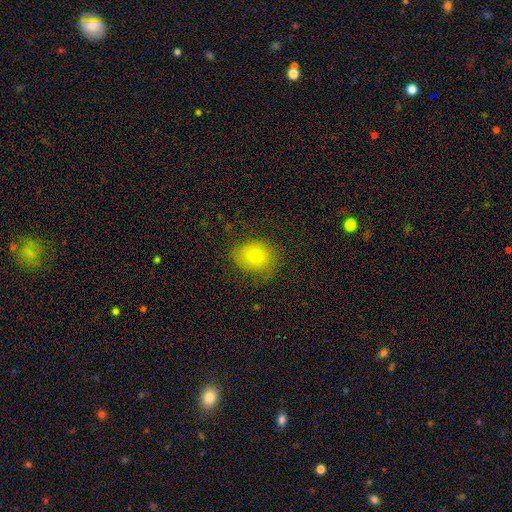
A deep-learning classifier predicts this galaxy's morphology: Q: Smooth or featured?
A: smooth (70%); runner-up: featured or disk (17%)
Q: How rounded?
A: round (63%); runner-up: in between (36%)
Q: Merging?
A: none (72%); runner-up: minor disturbance (19%)